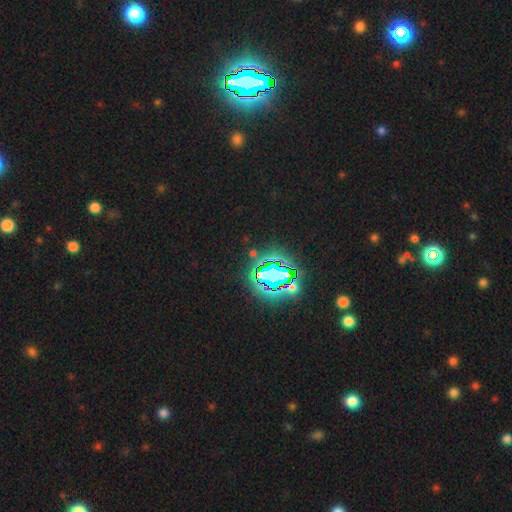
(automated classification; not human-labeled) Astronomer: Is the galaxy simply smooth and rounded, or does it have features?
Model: star or artifact — 78%.